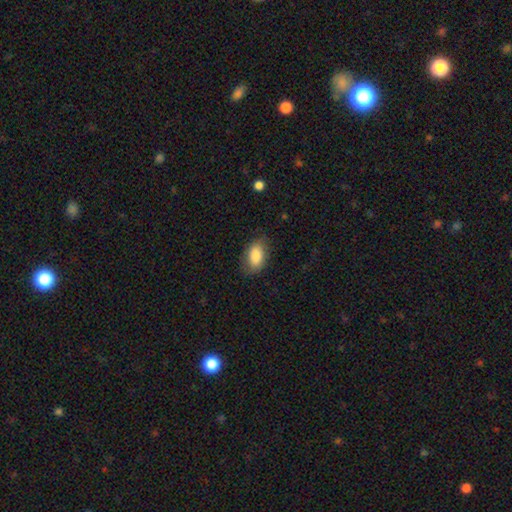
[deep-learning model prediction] Smooth or featured?
  - smooth: 84% *
  - featured or disk: 9%
  - star or artifact: 7%
How rounded?
  - in between: 91% *
  - round: 7%
  - cigar-shaped: 2%
Merging?
  - none: 75% *
  - minor disturbance: 18%
  - major disturbance: 5%
  - merger: 1%